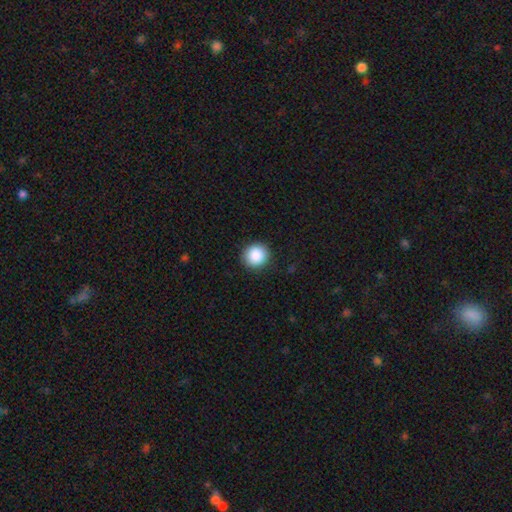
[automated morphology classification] Q: Smooth or featured?
A: smooth (88%); runner-up: star or artifact (8%)
Q: How rounded?
A: round (92%); runner-up: in between (7%)
Q: Merging?
A: none (91%); runner-up: minor disturbance (6%)